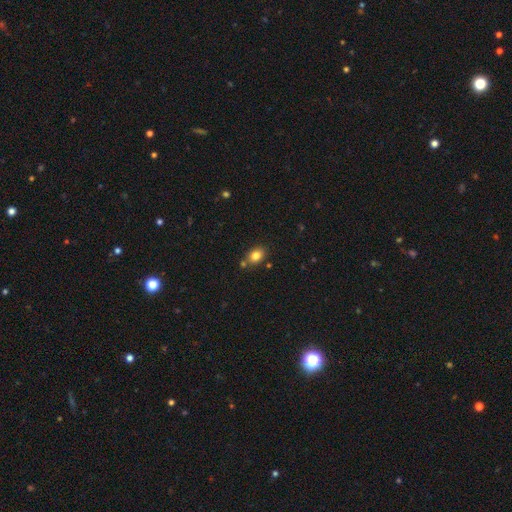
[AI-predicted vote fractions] smooth-or-featured: smooth: 82% | star or artifact: 10% | featured or disk: 8%
  how-rounded: in between: 69% | round: 29% | cigar-shaped: 1%
  merging: none: 73% | minor disturbance: 12% | merger: 12% | major disturbance: 3%